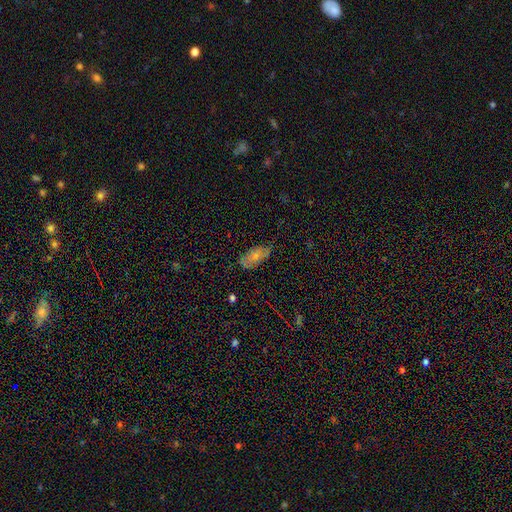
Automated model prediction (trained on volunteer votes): Smooth or featured? Predicted: smooth (p=0.68). How rounded? Predicted: in between (p=0.91). Merging? Predicted: none (p=0.66).